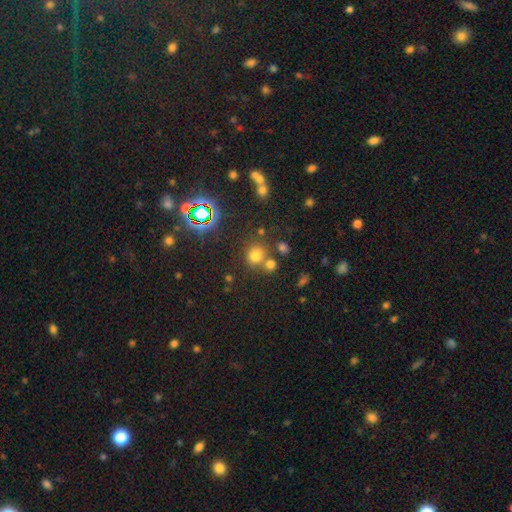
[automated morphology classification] type=smooth (68%); roundness=round (76%); merging=none (63%).